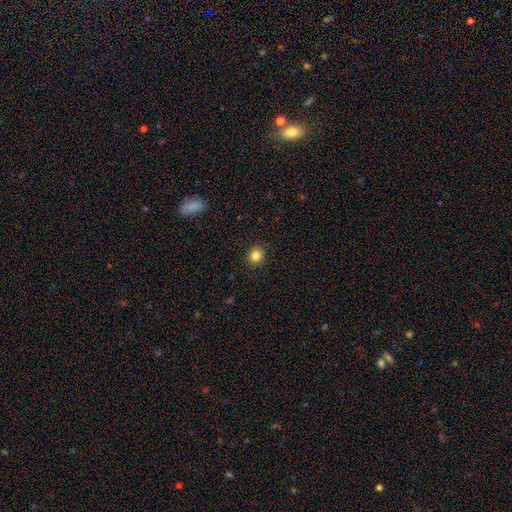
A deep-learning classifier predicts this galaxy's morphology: smooth_or_featured: smooth (p=0.84) [alt: star or artifact p=0.11]
how_rounded: round (p=0.80) [alt: in between p=0.20]
merging: none (p=0.91) [alt: minor disturbance p=0.06]